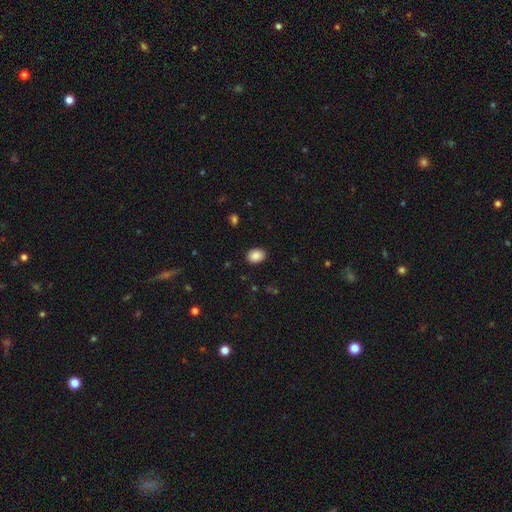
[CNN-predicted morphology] Smooth or featured?
  - smooth: 89% *
  - star or artifact: 8%
  - featured or disk: 3%
How rounded?
  - in between: 69% *
  - round: 30%
  - cigar-shaped: 1%
Merging?
  - none: 88% *
  - minor disturbance: 8%
  - major disturbance: 2%
  - merger: 1%